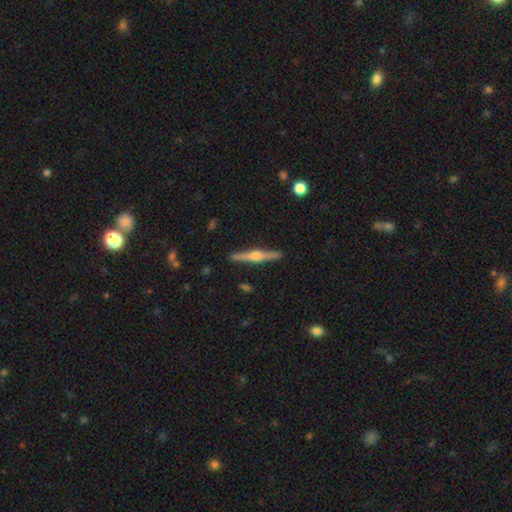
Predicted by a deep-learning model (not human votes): smooth_or_featured: featured or disk (p=0.81) [alt: smooth p=0.14]
disk_edge_on: yes (p=0.98) [alt: no p=0.02]
edge_on_bulge: rounded (p=0.92) [alt: boxy p=0.06]
merging: none (p=0.92) [alt: minor disturbance p=0.06]